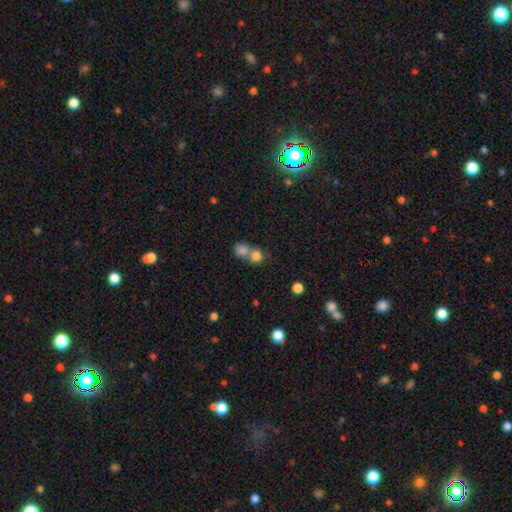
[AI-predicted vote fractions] Smooth or featured? smooth (80%)
How rounded? round (73%)
Merging? merger (62%)